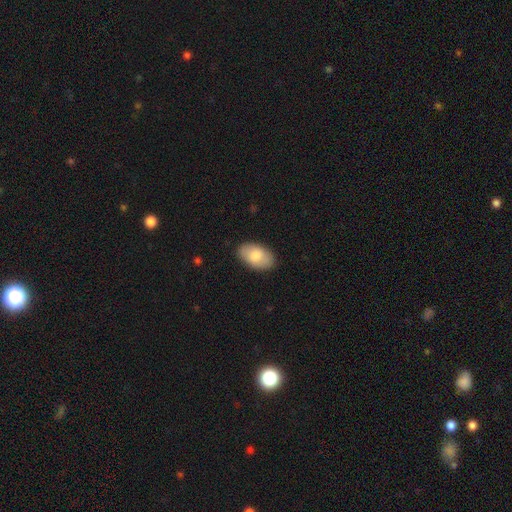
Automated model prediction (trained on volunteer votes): This appears to be a smooth galaxy with no disk features (80%) that is in between round and cigar-shaped (94%). Merging: none (87%).